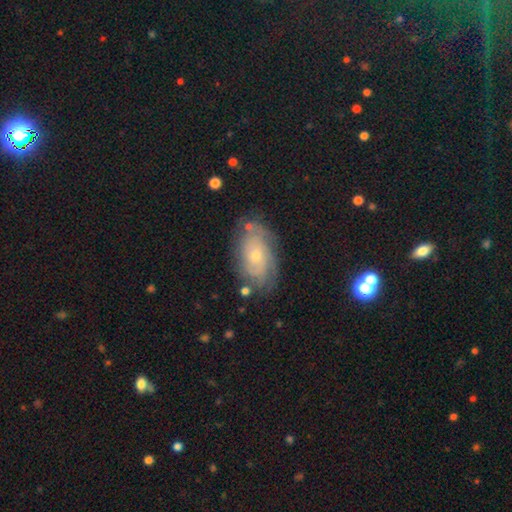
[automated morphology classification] The model was most divided on "spiral arm count": can't tell: 49%, 2: 21%, 3: 13%, 4: 8%, 1: 5%, more than 4: 4%. More confident: edge-on disk — no (94%); spiral arms — yes (86%); bar — no (80%); merging — none (70%); bulge size — small (69%); smooth or featured — featured or disk (68%); spiral winding — tight (63%).